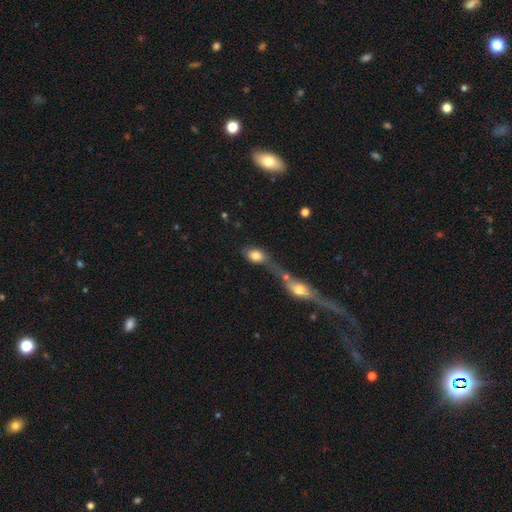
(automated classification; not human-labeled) Smooth or featured? smooth (78%)
How rounded? in between (78%)
Merging? merger (57%)